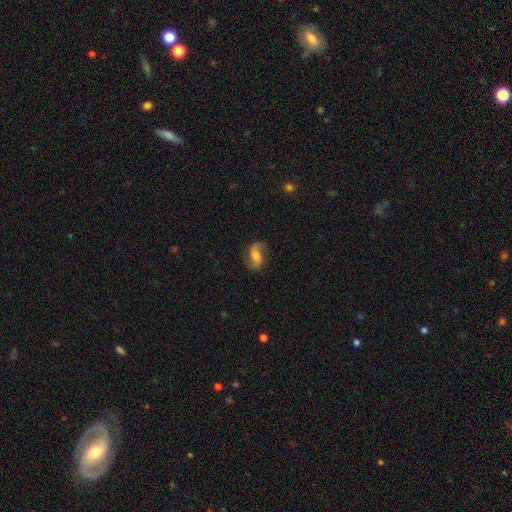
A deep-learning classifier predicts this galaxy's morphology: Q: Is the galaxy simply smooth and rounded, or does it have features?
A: featured or disk — 76%.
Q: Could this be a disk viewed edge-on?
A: no — 97%.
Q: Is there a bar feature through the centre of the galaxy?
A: weak — 43%.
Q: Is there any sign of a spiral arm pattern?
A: yes — 95%.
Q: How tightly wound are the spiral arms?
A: loose — 57%.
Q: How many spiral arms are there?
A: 2 — 92%.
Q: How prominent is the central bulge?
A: moderate — 44%.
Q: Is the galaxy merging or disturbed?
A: none — 79%.